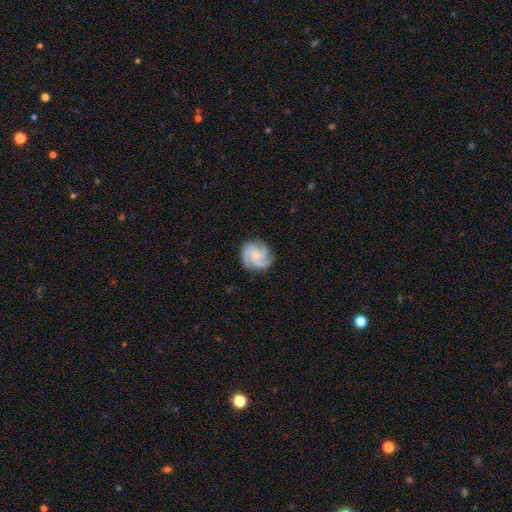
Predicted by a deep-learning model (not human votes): A featured or disk galaxy (87%) with no bar (76%), 3 (62%) tight (57%) spiral arms (98%) and a small central bulge (68%).

Vote fractions:
- Smooth or featured? featured or disk: 87% / smooth: 8% / star or artifact: 5%
- Edge-on disk? no: 98% / yes: 2%
- Bar? no: 76% / weak: 21% / strong: 3%
- Spiral arms? yes: 98% / no: 2%
- Spiral winding? tight: 57% / medium: 38% / loose: 6%
- Spiral arm count? 3: 62% / 4: 22% / can't tell: 5% / 2: 5% / more than 4: 3% / 1: 3%
- Bulge size? small: 68% / moderate: 24% / none: 6% / large: 1% / dominant: 1%
- Merging? none: 82% / minor disturbance: 14% / major disturbance: 4% / merger: 1%